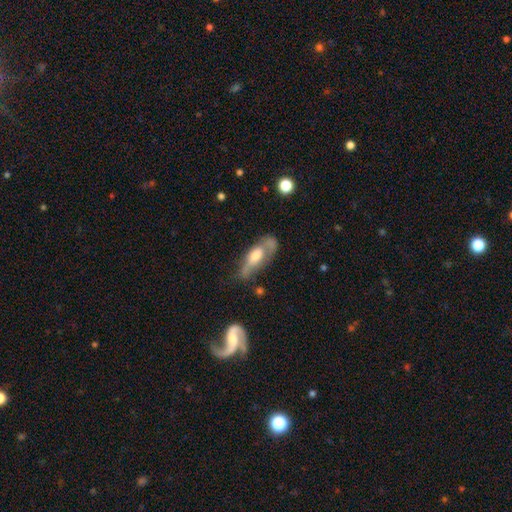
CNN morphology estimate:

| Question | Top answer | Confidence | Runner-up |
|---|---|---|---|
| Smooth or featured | featured or disk | 58% | smooth (34%) |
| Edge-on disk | no | 68% | yes (32%) |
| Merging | none | 39% | minor disturbance (27%) |